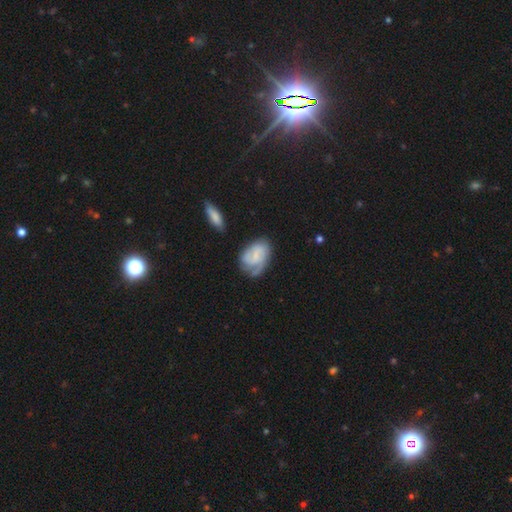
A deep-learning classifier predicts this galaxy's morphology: smooth-or-featured: featured or disk: 63% | smooth: 30% | star or artifact: 6%
  disk-edge-on: no: 97% | yes: 3%
    bar: no: 48% | weak: 43% | strong: 9%
    has-spiral-arms: yes: 88% | no: 12%
      spiral-winding: tight: 43% | medium: 40% | loose: 17%
      spiral-arm-count: 2: 41% | can't tell: 26% | 1: 15% | 3: 13% | 4: 3% | more than 4: 2%
    bulge-size: small: 48% | none: 31% | moderate: 17% | large: 3% | dominant: 1%
  merging: none: 53% | minor disturbance: 28% | major disturbance: 15% | merger: 4%